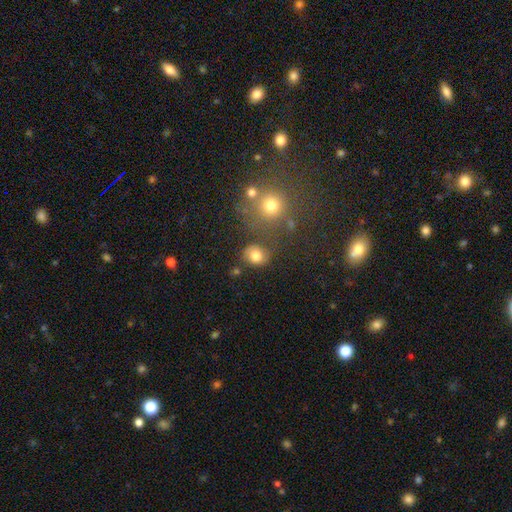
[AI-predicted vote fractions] This appears to be a smooth galaxy with no disk features (78%) that is round (72%). Merging: none (71%).